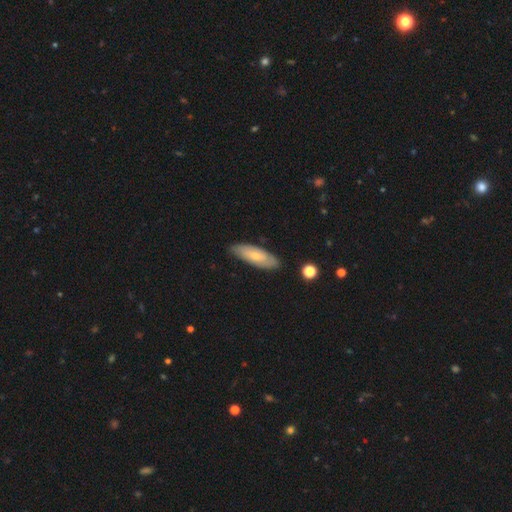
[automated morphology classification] Smooth or featured? smooth (57%)
How rounded? in between (64%)
Merging? none (82%)